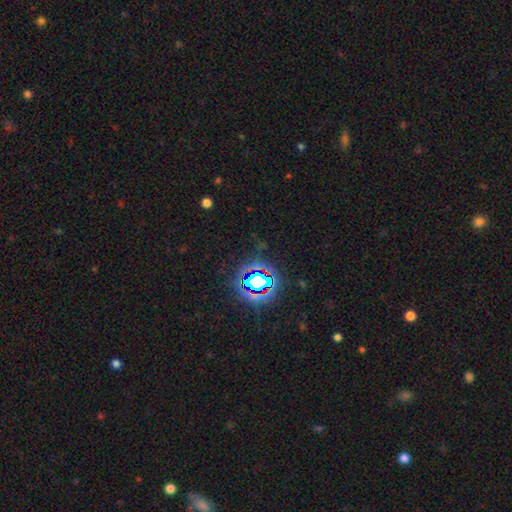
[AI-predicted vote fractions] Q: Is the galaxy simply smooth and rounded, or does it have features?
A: star or artifact — 79%.